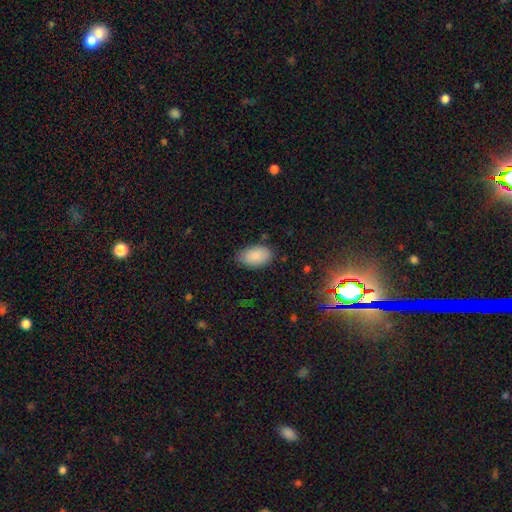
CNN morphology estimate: type=smooth (88%); roundness=in between (94%); merging=none (78%).